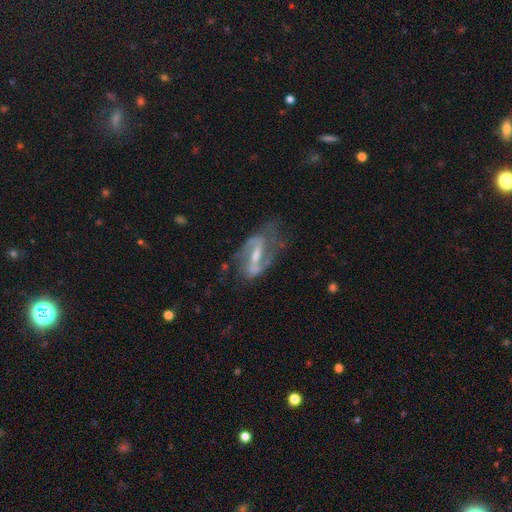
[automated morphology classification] This appears to be a featured or disk galaxy (87%) with a strong bar (57%), 2 (90%) medium (48%) spiral arms (94%) and a small central bulge (46%). Merging: none (62%).